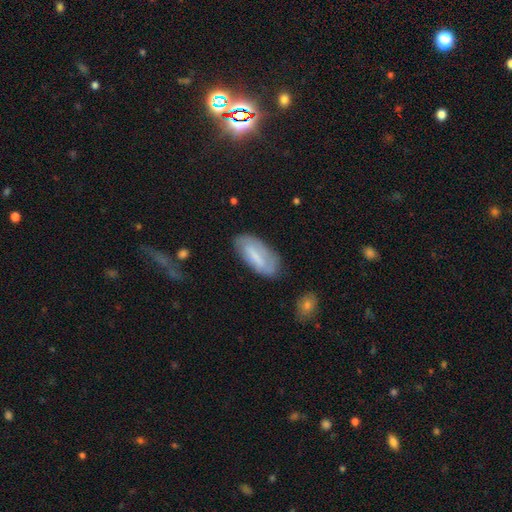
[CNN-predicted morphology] A smooth galaxy with no disk features (55%) that is in between round and cigar-shaped (81%).

Vote fractions:
- Smooth or featured? smooth: 55% / featured or disk: 36% / star or artifact: 9%
- How rounded? in between: 81% / cigar-shaped: 17% / round: 2%
- Merging? none: 71% / minor disturbance: 20% / major disturbance: 6% / merger: 2%